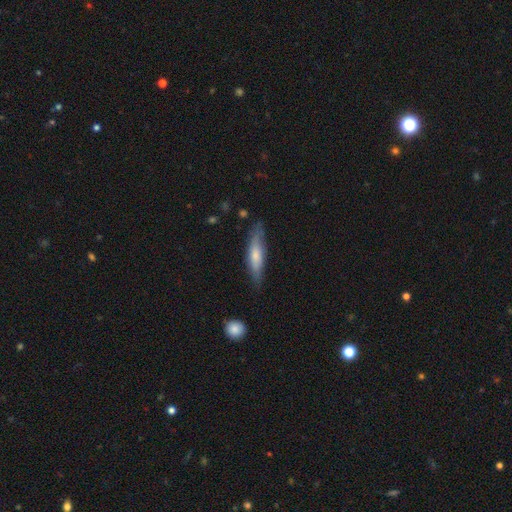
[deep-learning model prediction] Smooth or featured? Predicted: smooth (p=0.61). How rounded? Predicted: cigar-shaped (p=0.75). Merging? Predicted: none (p=0.75).